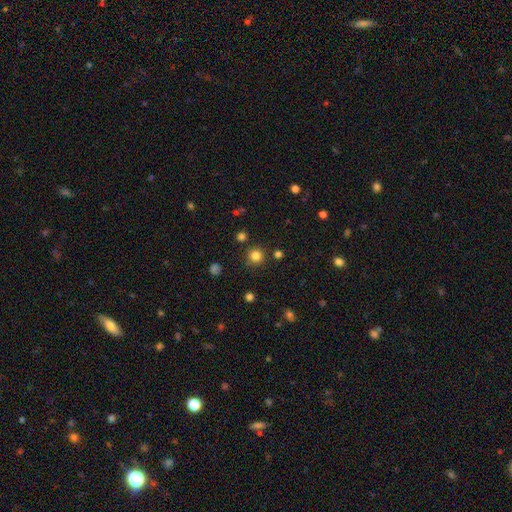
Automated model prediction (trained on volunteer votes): Overall: smooth (81%). How rounded: round (95%). Merging: none (87%).